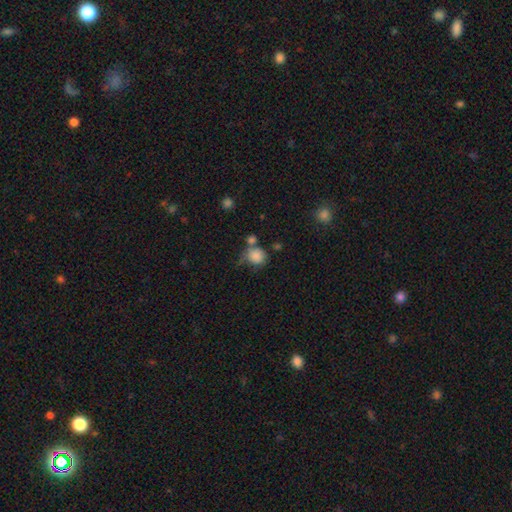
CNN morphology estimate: smooth-or-featured: smooth: 84% | star or artifact: 10% | featured or disk: 6%
  how-rounded: round: 80% | in between: 19% | cigar-shaped: 1%
  merging: none: 47% | minor disturbance: 22% | merger: 20% | major disturbance: 11%